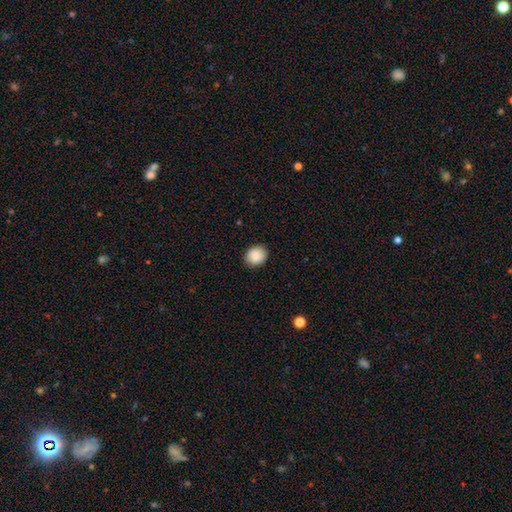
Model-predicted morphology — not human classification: Smooth or featured?
  - smooth: 90% *
  - star or artifact: 7%
  - featured or disk: 3%
How rounded?
  - round: 66% *
  - in between: 33%
  - cigar-shaped: 1%
Merging?
  - none: 89% *
  - minor disturbance: 8%
  - major disturbance: 2%
  - merger: 1%